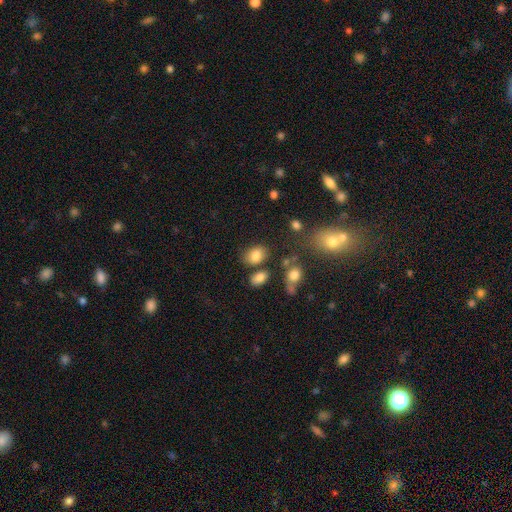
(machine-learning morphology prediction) A smooth galaxy with no disk features (81%) that is in between round and cigar-shaped (74%).

Vote fractions:
- Smooth or featured? smooth: 81% / star or artifact: 11% / featured or disk: 9%
- How rounded? in between: 74% / round: 25% / cigar-shaped: 1%
- Merging? none: 69% / minor disturbance: 15% / merger: 11% / major disturbance: 5%